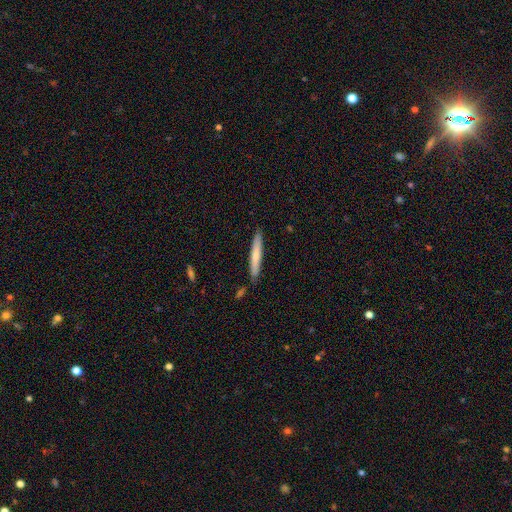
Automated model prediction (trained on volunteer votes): Smooth or featured? smooth (62%)
How rounded? cigar-shaped (94%)
Merging? none (86%)